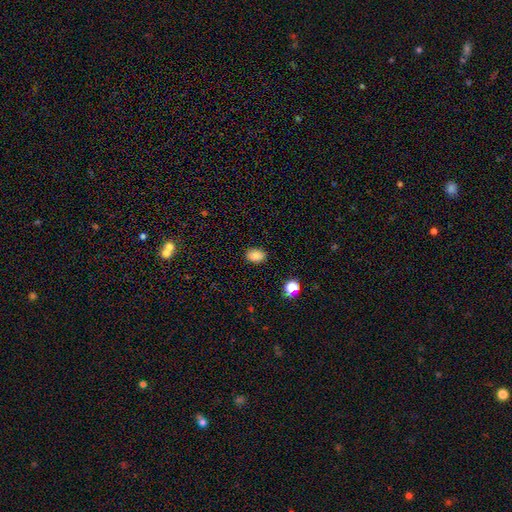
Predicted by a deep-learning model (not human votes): This appears to be a smooth galaxy with no disk features (83%) that is in between round and cigar-shaped (73%). Merging: none (86%).